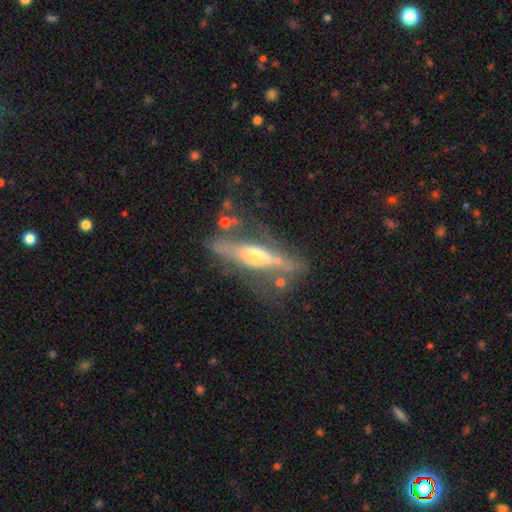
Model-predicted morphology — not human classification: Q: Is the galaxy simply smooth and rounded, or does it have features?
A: featured or disk — 72%.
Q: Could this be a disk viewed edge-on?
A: yes — 74%.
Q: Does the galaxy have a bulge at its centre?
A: rounded — 81%.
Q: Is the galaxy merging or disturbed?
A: none — 56%.